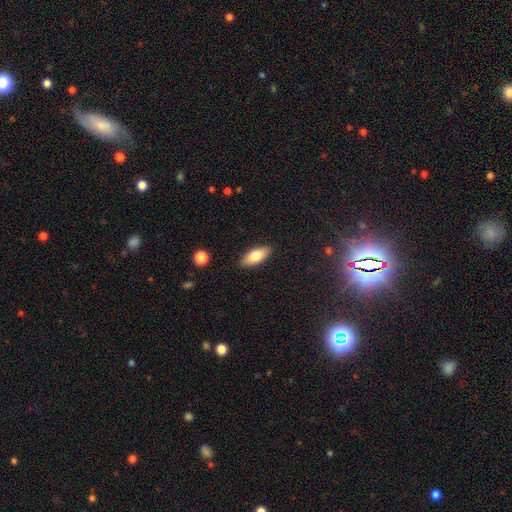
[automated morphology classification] type=smooth (78%); roundness=in between (84%); merging=none (88%).